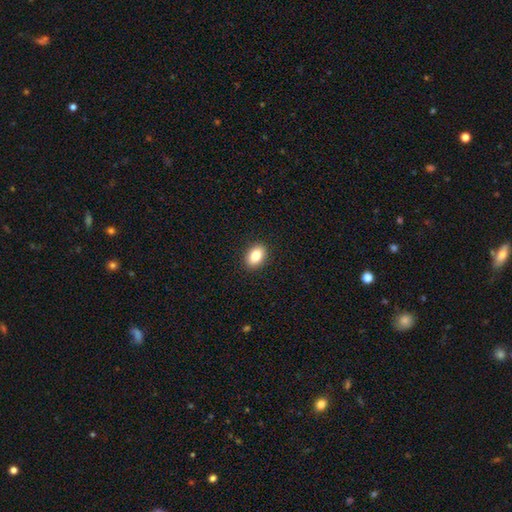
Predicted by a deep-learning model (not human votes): A smooth galaxy with no disk features (85%) that is in between round and cigar-shaped (81%). Merging: none (90%).